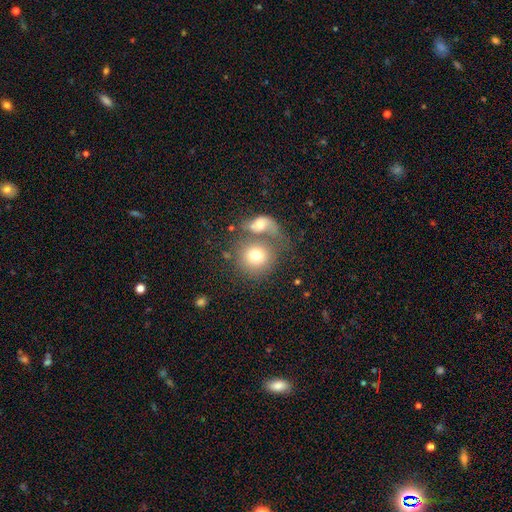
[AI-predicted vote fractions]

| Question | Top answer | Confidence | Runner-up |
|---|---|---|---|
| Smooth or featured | smooth | 72% | featured or disk (19%) |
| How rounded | round | 85% | in between (14%) |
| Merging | merger | 43% | none (38%) |